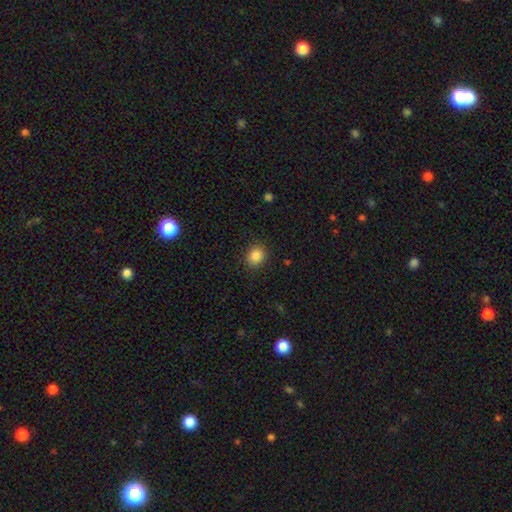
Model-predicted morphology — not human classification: Smooth or featured: smooth — 86% (star or artifact — 11%)
How rounded: round — 78% (in between — 21%)
Merging: none — 89% (minor disturbance — 7%)